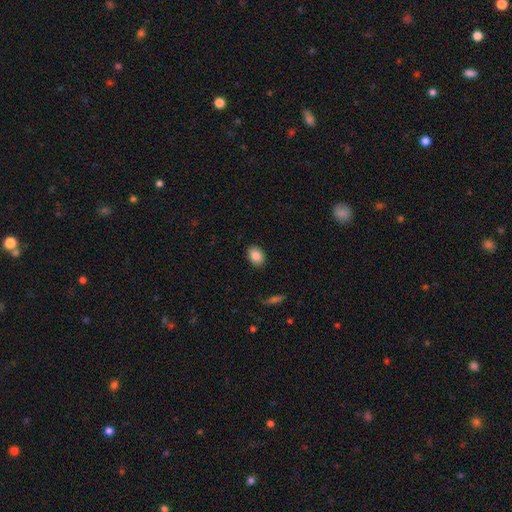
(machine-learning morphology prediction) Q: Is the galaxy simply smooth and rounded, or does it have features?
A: smooth — 86%.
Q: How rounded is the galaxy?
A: in between — 73%.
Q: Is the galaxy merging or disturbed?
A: none — 89%.